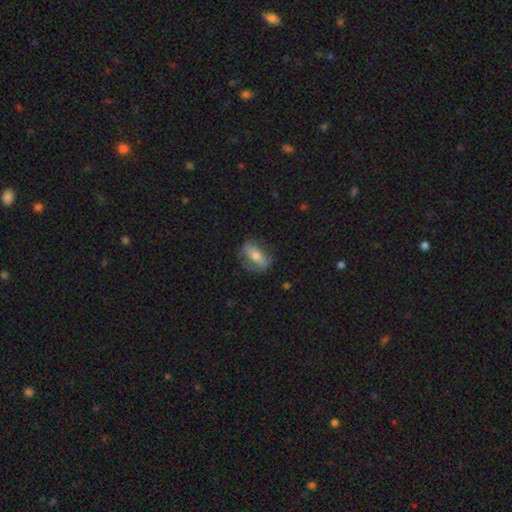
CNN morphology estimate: Smooth or featured? Predicted: smooth (p=0.48). Merging? Predicted: none (p=0.68).